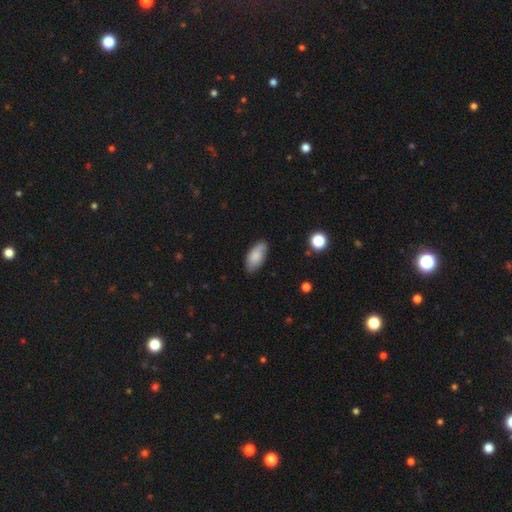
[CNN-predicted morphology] A smooth galaxy with no disk features (77%) that is in between round and cigar-shaped (92%).

Vote fractions:
- Smooth or featured? smooth: 77% / featured or disk: 16% / star or artifact: 7%
- How rounded? in between: 92% / cigar-shaped: 6% / round: 3%
- Merging? none: 74% / minor disturbance: 20% / major disturbance: 4% / merger: 2%